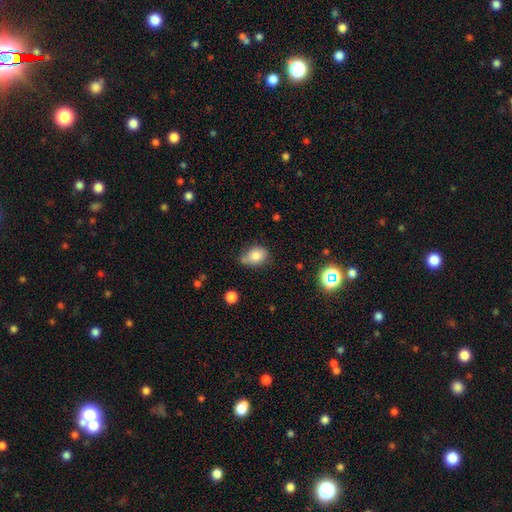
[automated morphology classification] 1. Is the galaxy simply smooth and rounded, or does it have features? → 79% smooth, 11% featured or disk, 10% star or artifact.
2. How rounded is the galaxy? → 67% in between, 32% round, 1% cigar-shaped.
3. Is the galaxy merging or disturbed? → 58% none, 30% minor disturbance, 7% major disturbance, 5% merger.